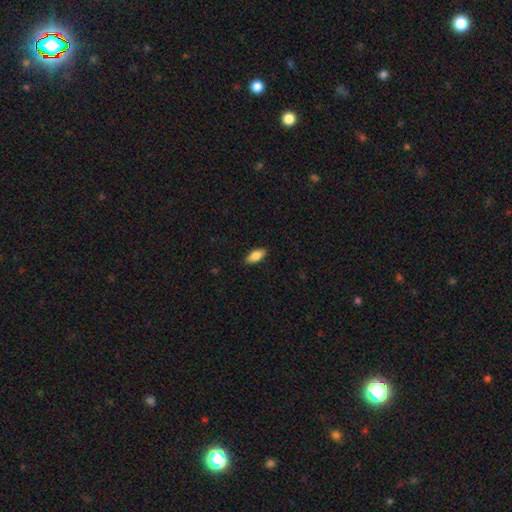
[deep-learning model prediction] This is clearly a smooth galaxy (84%). How rounded: clearly in between (88%). Merging: clearly none (88%).